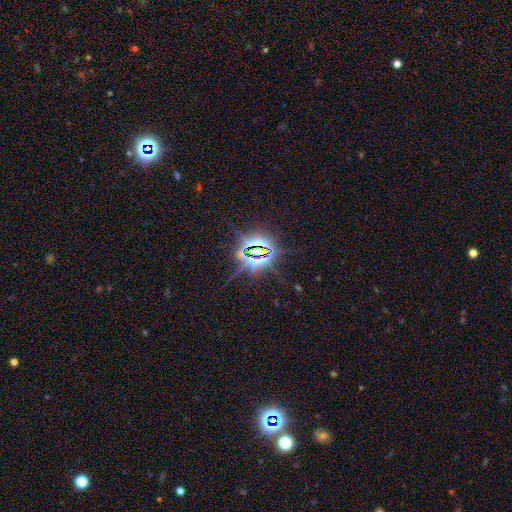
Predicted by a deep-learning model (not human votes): This appears to be a star or artifact, not a galaxy (84%).